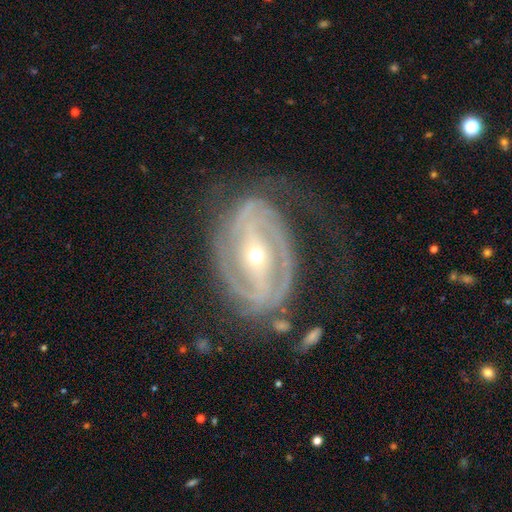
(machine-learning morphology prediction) smooth_or_featured: featured or disk (p=0.90) [alt: star or artifact p=0.05]
disk_edge_on: no (p=0.95) [alt: yes p=0.05]
bar: strong (p=0.58) [alt: weak p=0.27]
has_spiral_arms: yes (p=0.94) [alt: no p=0.06]
spiral_winding: tight (p=0.59) [alt: medium p=0.32]
spiral_arm_count: 2 (p=0.60) [alt: can't tell p=0.16]
bulge_size: small (p=0.62) [alt: moderate p=0.35]
merging: none (p=0.58) [alt: minor disturbance p=0.20]